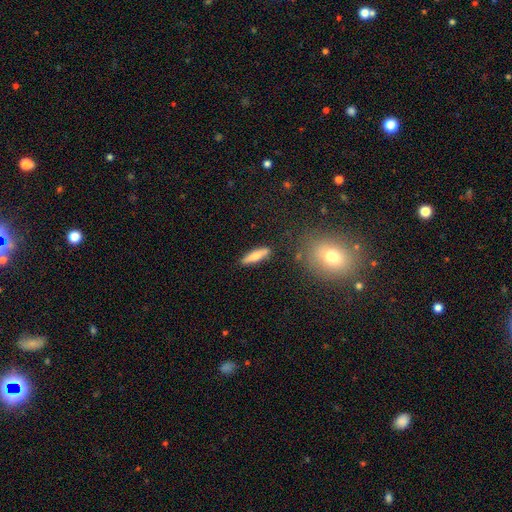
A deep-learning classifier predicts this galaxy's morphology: Overall: smooth (67%). How rounded: cigar-shaped (75%). Merging: none (85%).